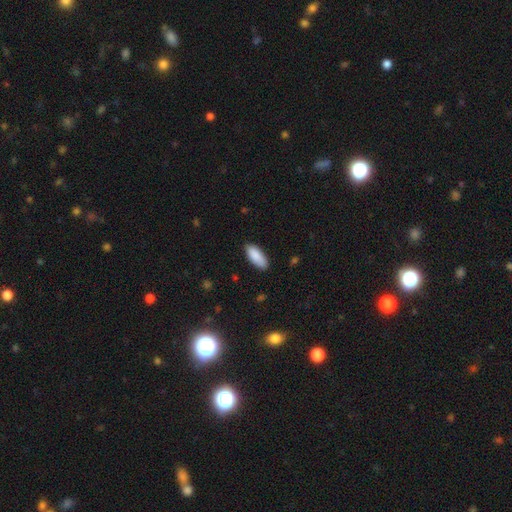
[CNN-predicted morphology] A smooth galaxy with no disk features (89%) that is in between round and cigar-shaped (84%).

Vote fractions:
- Smooth or featured? smooth: 89% / star or artifact: 6% / featured or disk: 5%
- How rounded? in between: 84% / cigar-shaped: 14% / round: 2%
- Merging? none: 85% / minor disturbance: 12% / major disturbance: 2% / merger: 1%